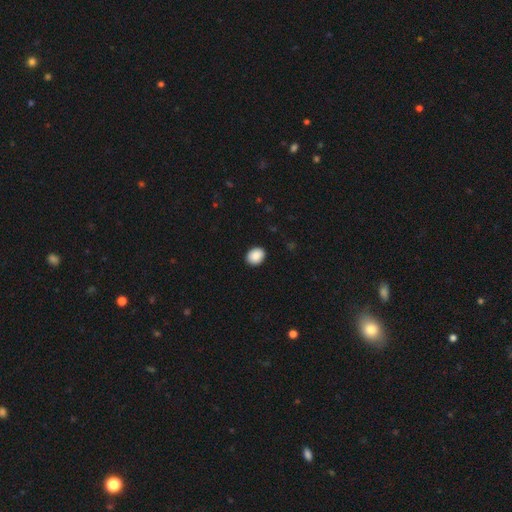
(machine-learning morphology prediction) This is clearly a smooth galaxy (89%). How rounded: possibly round (53%). Merging: clearly none (91%).